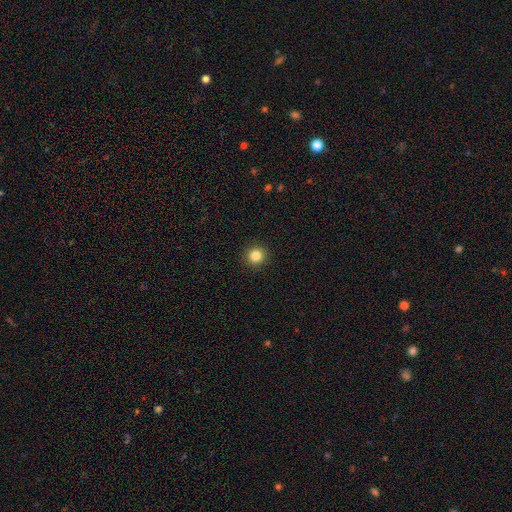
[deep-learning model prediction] The model was most divided on "smooth or featured": smooth: 84%, star or artifact: 11%, featured or disk: 5%. More confident: how rounded — round (94%); merging — none (93%).